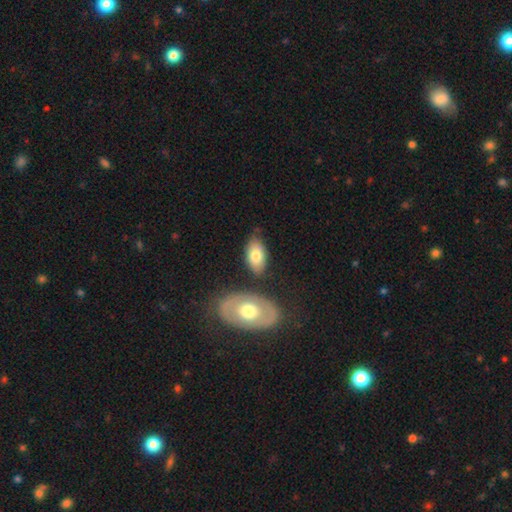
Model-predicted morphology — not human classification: Overall: smooth (73%). How rounded: in between (93%). Merging: none (70%).